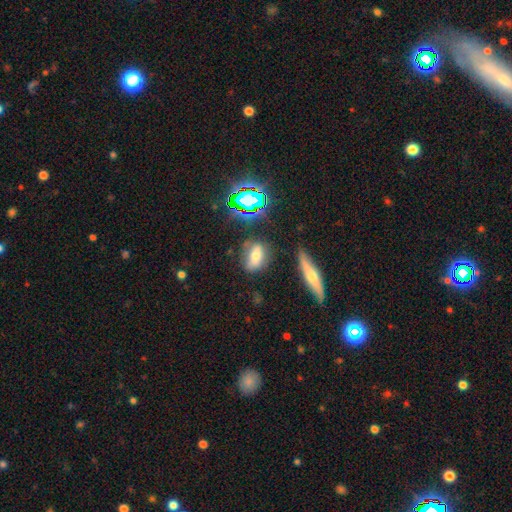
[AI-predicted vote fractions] Smooth or featured? smooth (55%)
How rounded? in between (71%)
Merging? none (66%)